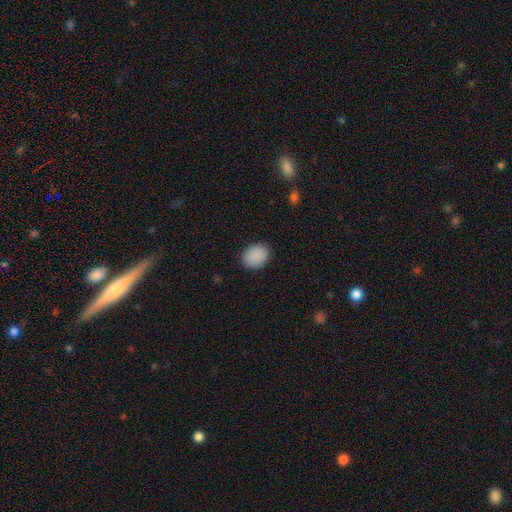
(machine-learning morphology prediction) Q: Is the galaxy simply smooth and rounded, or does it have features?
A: smooth — 89%.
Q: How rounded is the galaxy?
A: in between — 51%.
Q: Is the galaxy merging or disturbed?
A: none — 88%.